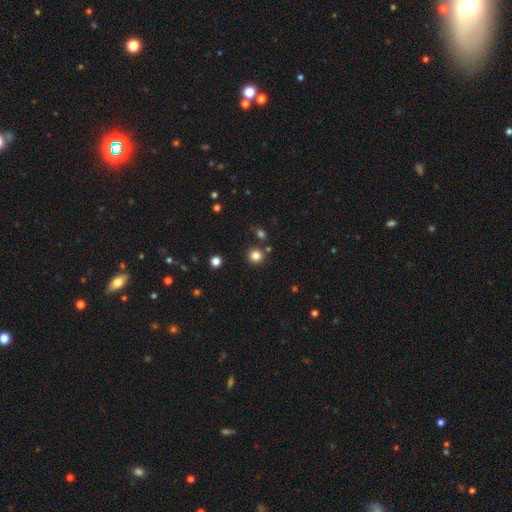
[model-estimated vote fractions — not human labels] Smooth or featured? smooth (83%)
How rounded? round (93%)
Merging? none (85%)